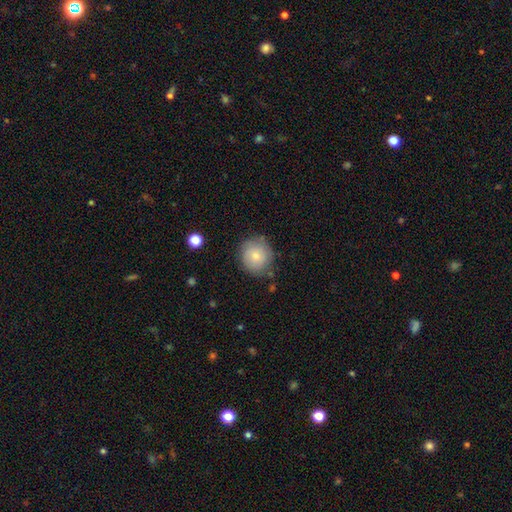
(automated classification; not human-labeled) Overall: smooth (79%). How rounded: round (87%). Merging: none (80%).